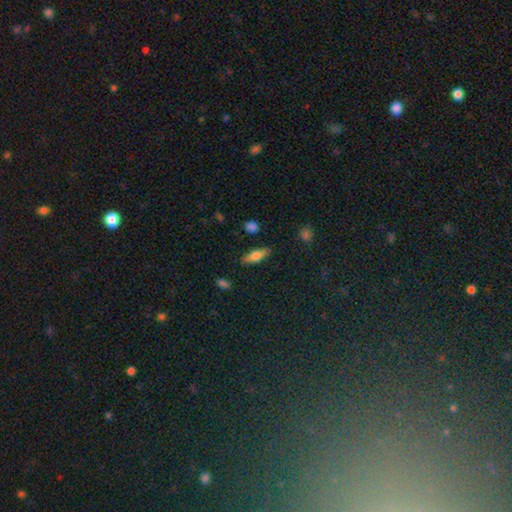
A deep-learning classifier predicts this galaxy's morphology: This appears to be a smooth galaxy with no disk features (65%) that is in between round and cigar-shaped (56%). Merging: none (85%).